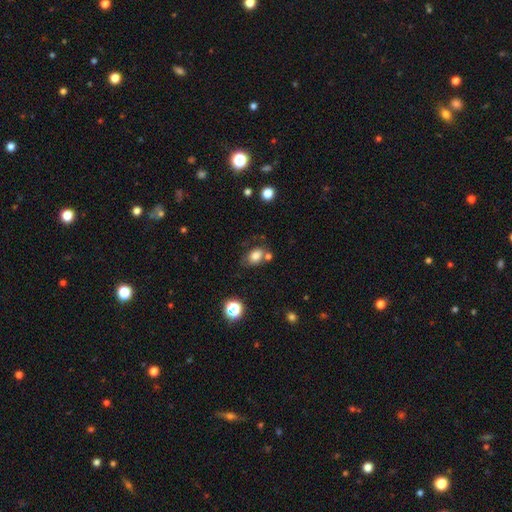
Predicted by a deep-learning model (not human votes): The model was most divided on "merging": none: 58%, minor disturbance: 19%, merger: 16%, major disturbance: 7%. More confident: smooth or featured — smooth (78%); how rounded — in between (73%).